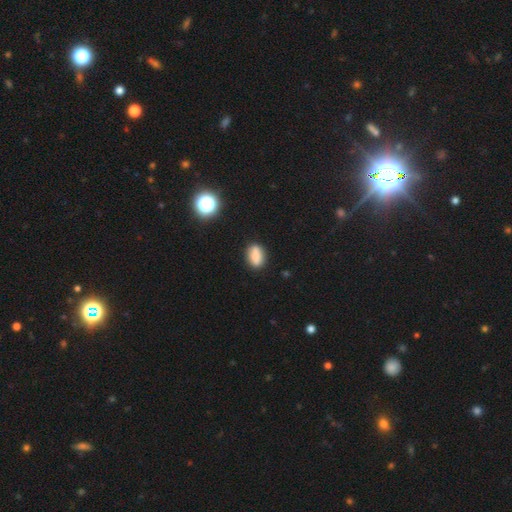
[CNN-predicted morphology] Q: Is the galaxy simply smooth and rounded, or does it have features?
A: smooth — 83%.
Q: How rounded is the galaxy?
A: in between — 80%.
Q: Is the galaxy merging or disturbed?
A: none — 84%.